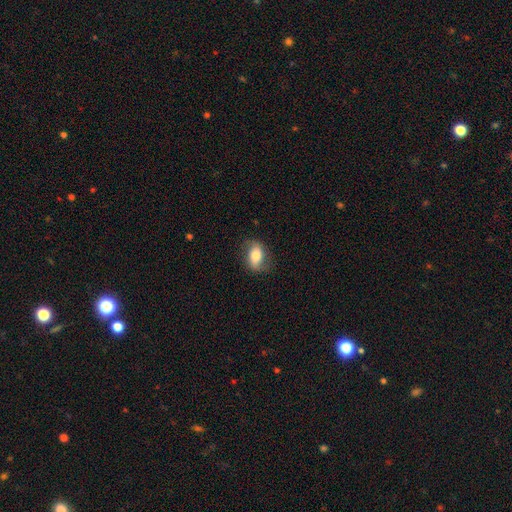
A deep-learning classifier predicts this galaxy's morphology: A smooth galaxy with no disk features (62%) that is in between round and cigar-shaped (80%). Merging: none (75%).